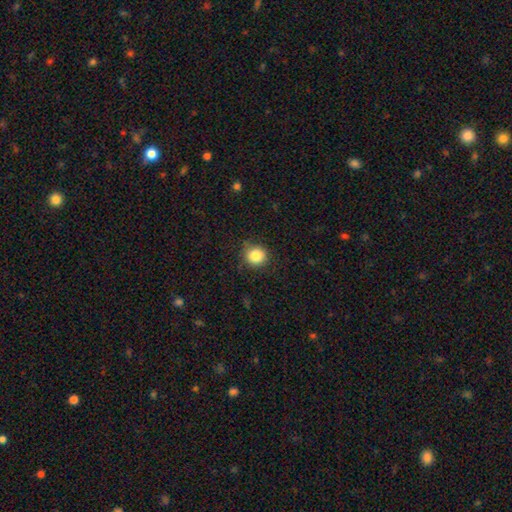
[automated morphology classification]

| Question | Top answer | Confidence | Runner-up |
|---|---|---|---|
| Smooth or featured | smooth | 84% | star or artifact (11%) |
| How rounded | round | 91% | in between (8%) |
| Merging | none | 85% | minor disturbance (11%) |